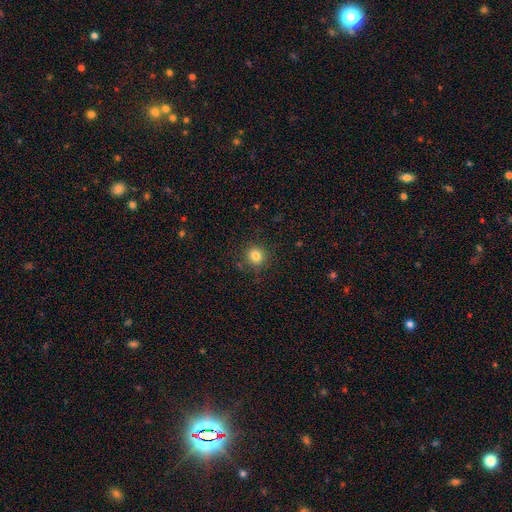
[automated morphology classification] This appears to be a smooth galaxy with no disk features (81%) that is round (89%). Merging: none (87%).